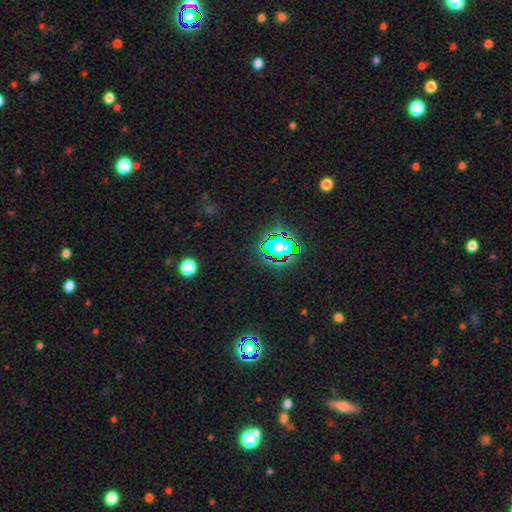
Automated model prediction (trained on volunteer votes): smooth-or-featured: star or artifact: 79% | smooth: 14% | featured or disk: 8%